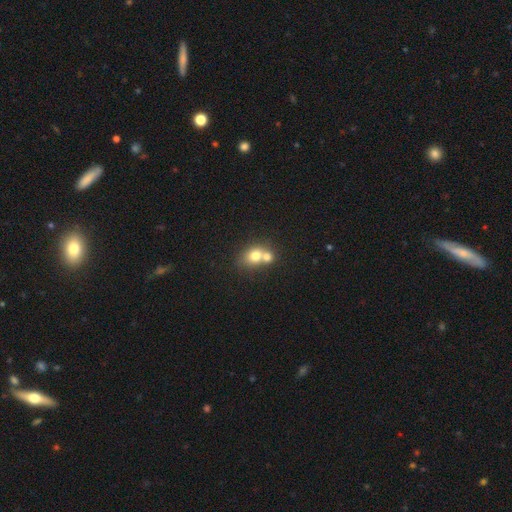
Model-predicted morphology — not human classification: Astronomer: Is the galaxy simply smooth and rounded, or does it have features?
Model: smooth — 72%.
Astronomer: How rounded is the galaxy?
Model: round — 59% (runner-up: in between, 40%).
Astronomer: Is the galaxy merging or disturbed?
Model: merger — 63%.